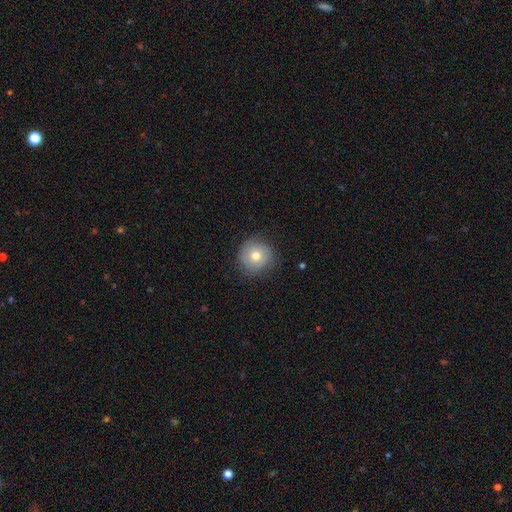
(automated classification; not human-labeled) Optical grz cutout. It shows a smooth galaxy with no disk features (73%) that is round (94%). Merging: none (84%).